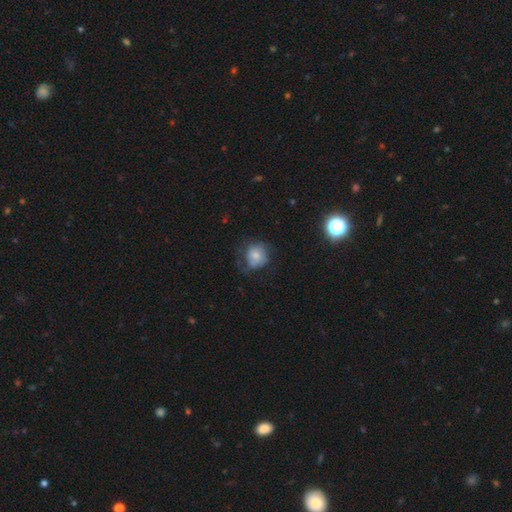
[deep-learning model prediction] smooth-or-featured: smooth: 65% | featured or disk: 26% | star or artifact: 9%
  how-rounded: round: 76% | in between: 23% | cigar-shaped: 1%
  merging: none: 48% | minor disturbance: 27% | major disturbance: 24% | merger: 2%